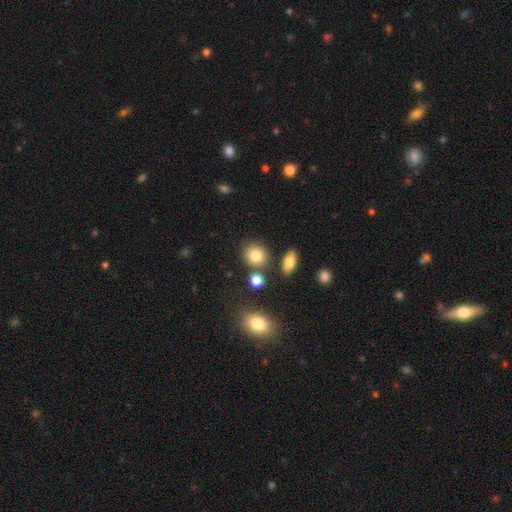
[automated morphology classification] Q: Smooth or featured?
A: smooth (82%); runner-up: star or artifact (11%)
Q: How rounded?
A: round (71%); runner-up: in between (27%)
Q: Merging?
A: none (77%); runner-up: minor disturbance (10%)